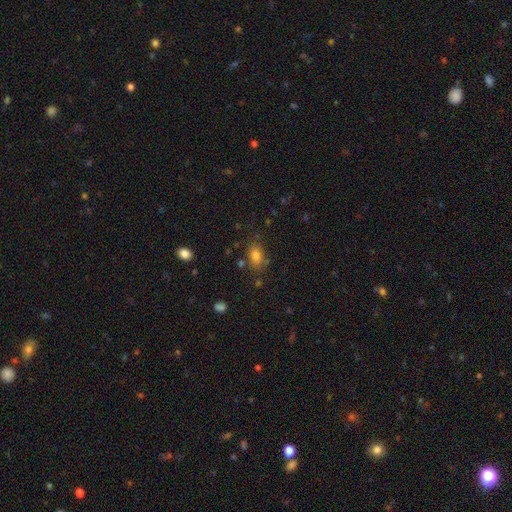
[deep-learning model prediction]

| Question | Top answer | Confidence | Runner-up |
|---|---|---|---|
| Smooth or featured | smooth | 80% | star or artifact (12%) |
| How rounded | in between | 80% | round (18%) |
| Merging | none | 75% | minor disturbance (15%) |